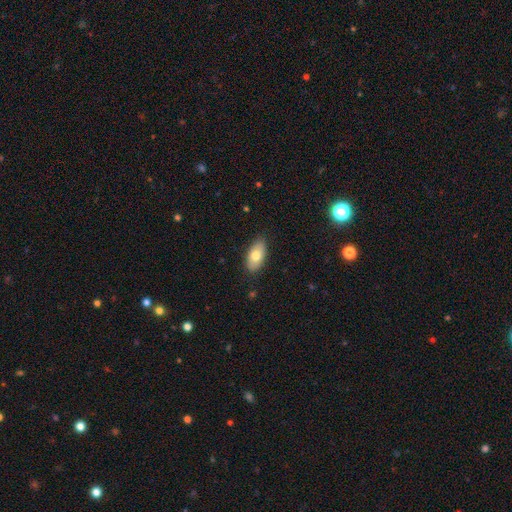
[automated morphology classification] The model was most divided on "smooth or featured": smooth: 76%, featured or disk: 18%, star or artifact: 6%. More confident: how rounded — in between (93%); merging — none (84%).